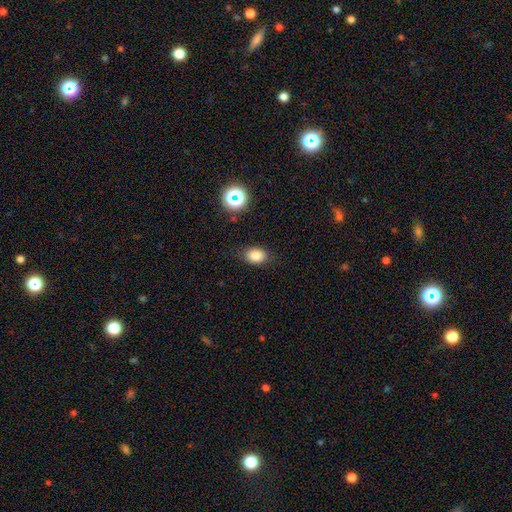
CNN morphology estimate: This appears to be a smooth galaxy with no disk features (81%) that is in between round and cigar-shaped (80%). Merging: none (83%).